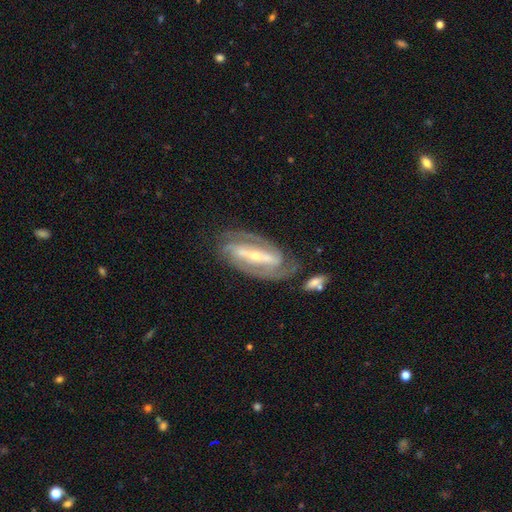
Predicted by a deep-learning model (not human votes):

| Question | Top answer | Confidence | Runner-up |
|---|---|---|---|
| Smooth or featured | featured or disk | 89% | smooth (6%) |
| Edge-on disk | no | 93% | yes (7%) |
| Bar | strong | 77% | weak (15%) |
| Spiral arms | yes | 95% | no (5%) |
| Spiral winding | tight | 52% | medium (39%) |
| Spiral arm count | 2 | 85% | can't tell (5%) |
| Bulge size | small | 60% | moderate (35%) |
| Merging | none | 76% | minor disturbance (14%) |